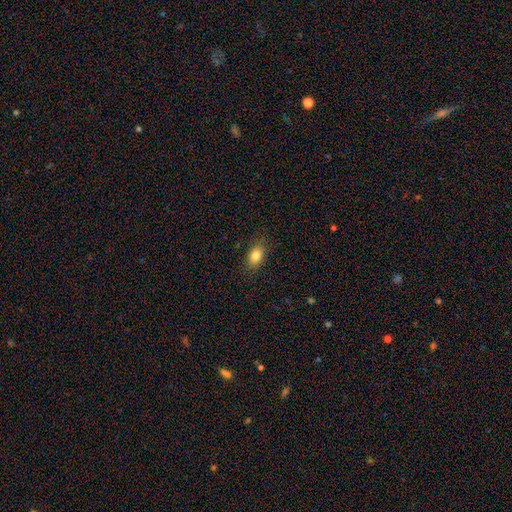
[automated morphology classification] Q: Smooth or featured?
A: smooth (84%); runner-up: star or artifact (9%)
Q: How rounded?
A: in between (84%); runner-up: round (13%)
Q: Merging?
A: none (84%); runner-up: minor disturbance (12%)